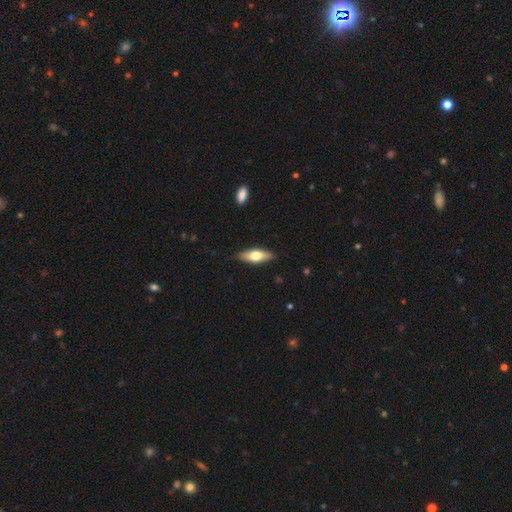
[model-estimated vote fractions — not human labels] A smooth galaxy with no disk features (60%) that is in between round and cigar-shaped (59%).

Vote fractions:
- Smooth or featured? smooth: 60% / featured or disk: 34% / star or artifact: 5%
- How rounded? in between: 59% / cigar-shaped: 39% / round: 2%
- Merging? none: 87% / minor disturbance: 10% / major disturbance: 2% / merger: 1%